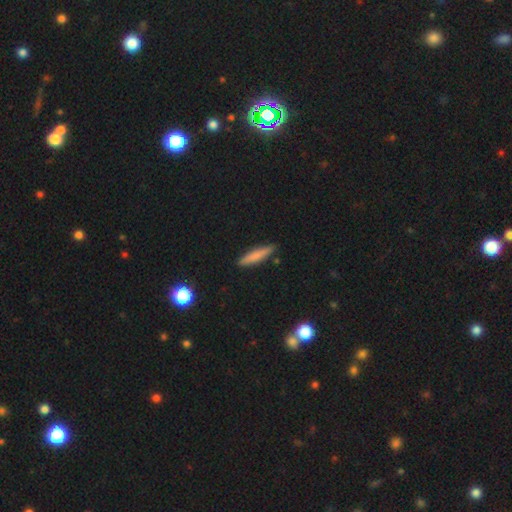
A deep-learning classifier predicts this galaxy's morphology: smooth_or_featured: smooth (p=0.75) [alt: featured or disk p=0.18]
how_rounded: cigar-shaped (p=0.88) [alt: in between p=0.10]
merging: none (p=0.88) [alt: minor disturbance p=0.09]